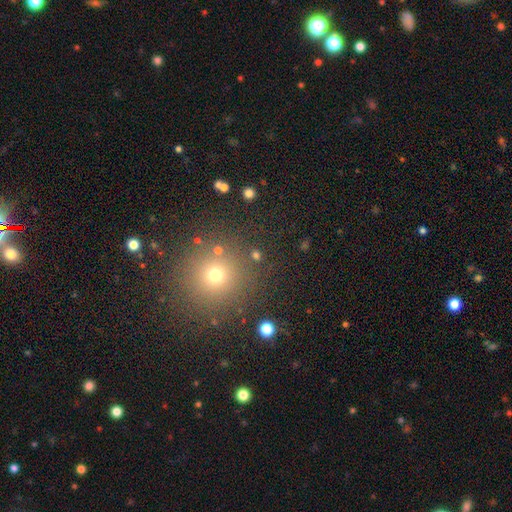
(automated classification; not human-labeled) The model was most divided on "smooth or featured": smooth: 60%, star or artifact: 33%, featured or disk: 8%. More confident: how rounded — round (93%); merging — none (87%).